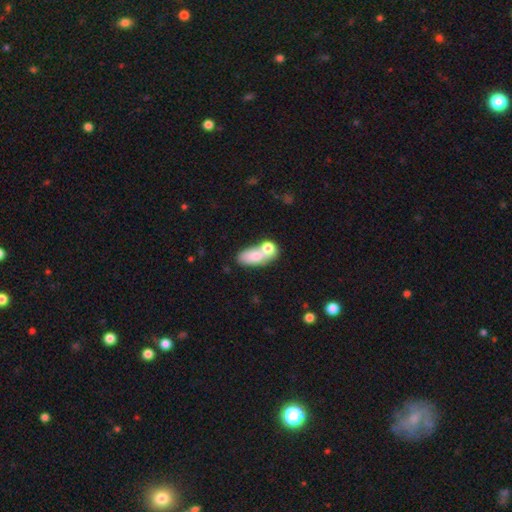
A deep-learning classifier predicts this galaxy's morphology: Q: Smooth or featured?
A: smooth (72%); runner-up: featured or disk (20%)
Q: How rounded?
A: in between (80%); runner-up: round (11%)
Q: Merging?
A: merger (53%); runner-up: none (28%)